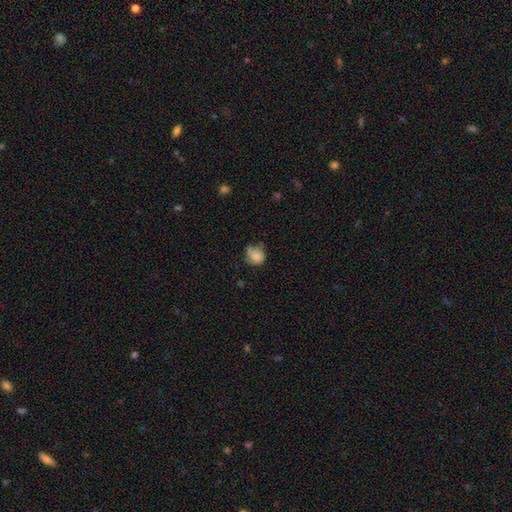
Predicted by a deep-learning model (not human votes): A smooth galaxy with no disk features (69%) that is round (66%).

Vote fractions:
- Smooth or featured? smooth: 69% / featured or disk: 22% / star or artifact: 9%
- How rounded? round: 66% / in between: 33% / cigar-shaped: 1%
- Merging? none: 45% / minor disturbance: 34% / major disturbance: 18% / merger: 3%